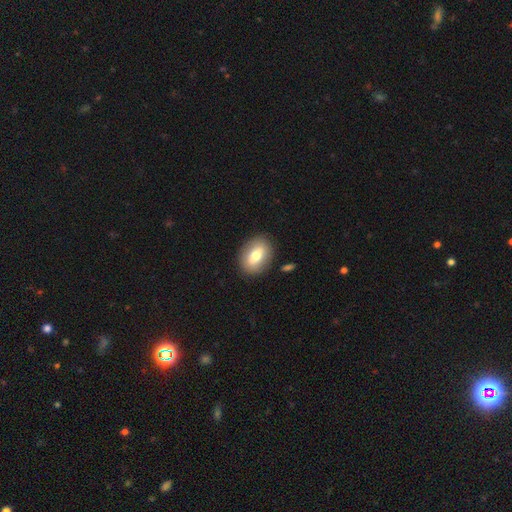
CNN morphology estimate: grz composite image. It shows a smooth galaxy with no disk features (68%) that is in between round and cigar-shaped (78%). Merging: none (87%).